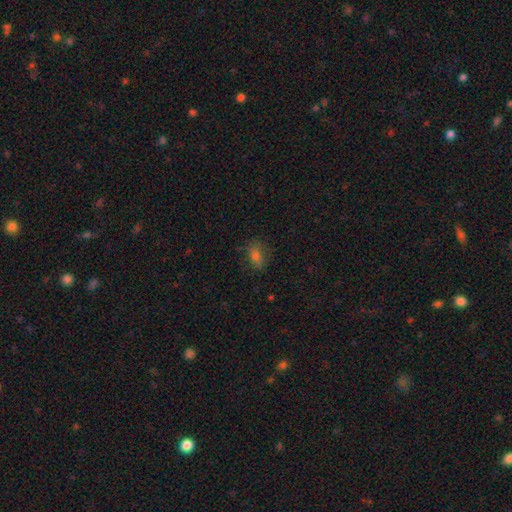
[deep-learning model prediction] Smooth or featured: smooth — 69% (star or artifact — 17%)
How rounded: in between — 77% (round — 19%)
Merging: none — 75% (minor disturbance — 18%)